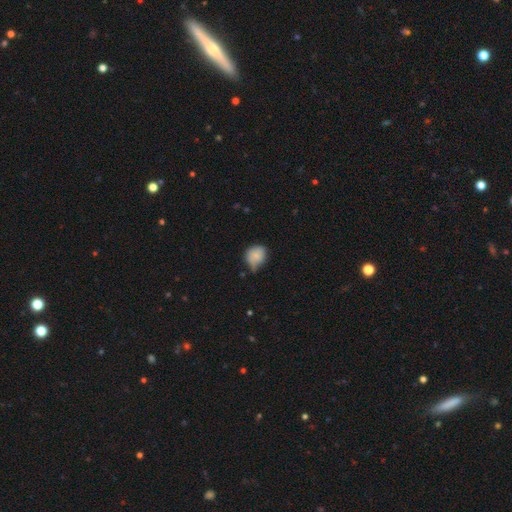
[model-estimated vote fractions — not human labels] A smooth galaxy with no disk features (82%) that is round (72%). Merging: minor disturbance (43%).